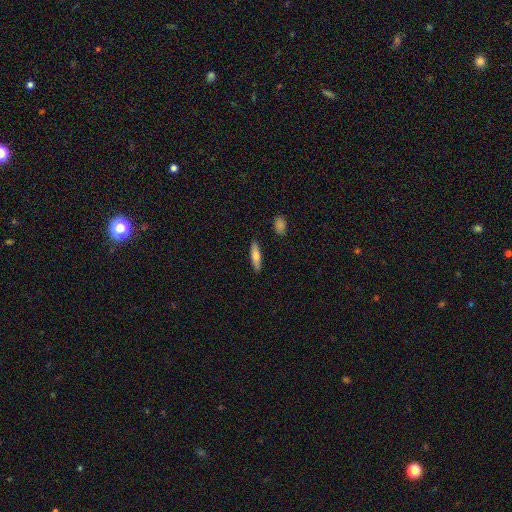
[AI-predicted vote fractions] This appears to be a smooth galaxy with no disk features (67%) that is cigar-shaped (66%). Merging: none (88%).